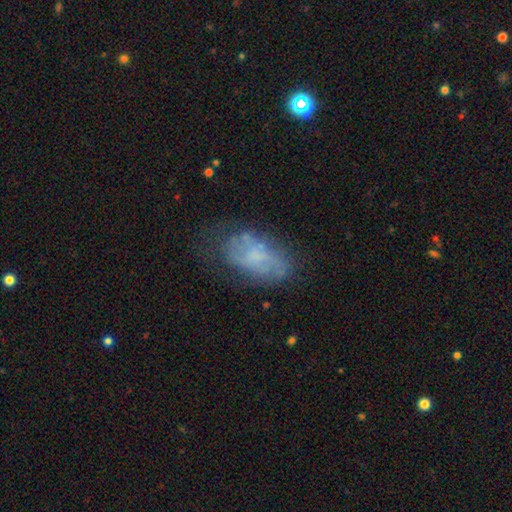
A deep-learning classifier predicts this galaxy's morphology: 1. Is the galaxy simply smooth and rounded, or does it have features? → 46% featured or disk, 44% smooth, 10% star or artifact.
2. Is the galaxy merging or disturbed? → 52% none, 27% minor disturbance, 17% major disturbance, 4% merger.